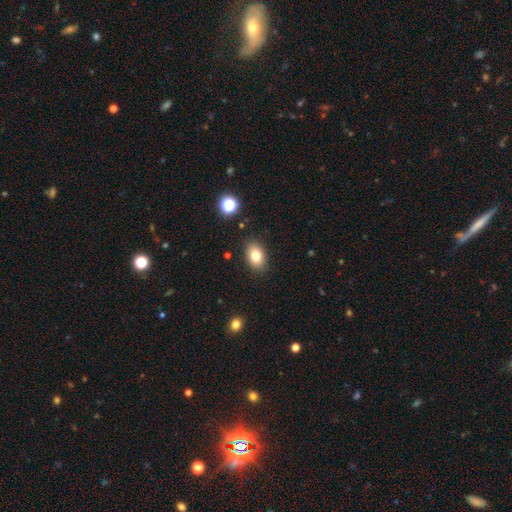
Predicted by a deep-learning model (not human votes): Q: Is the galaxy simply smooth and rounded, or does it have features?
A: smooth — 81%.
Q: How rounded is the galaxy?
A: in between — 82%.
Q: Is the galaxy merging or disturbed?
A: none — 88%.